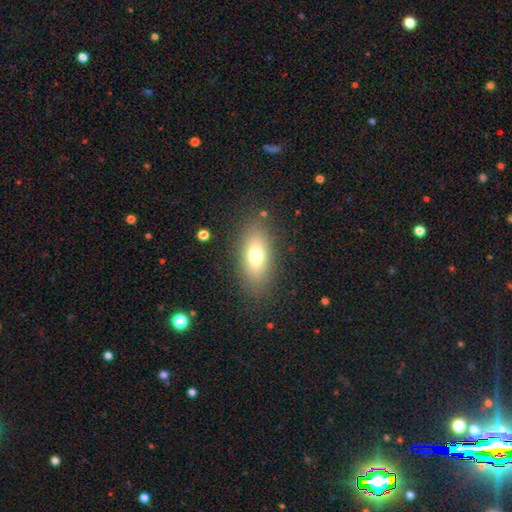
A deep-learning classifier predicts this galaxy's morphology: Overall: smooth (72%). How rounded: in between (83%). Merging: none (84%).